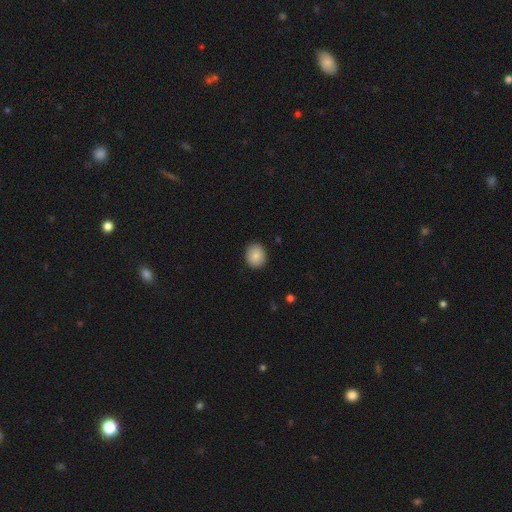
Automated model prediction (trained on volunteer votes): Smooth or featured: smooth — 85% (star or artifact — 8%)
How rounded: round — 76% (in between — 23%)
Merging: none — 90% (minor disturbance — 7%)